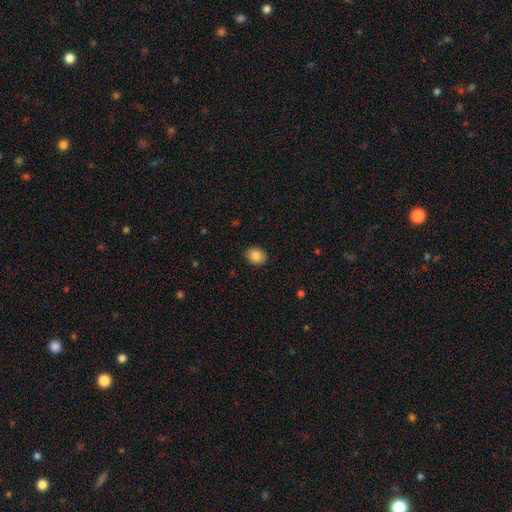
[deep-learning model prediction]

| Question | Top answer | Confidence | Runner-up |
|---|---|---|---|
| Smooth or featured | smooth | 86% | star or artifact (8%) |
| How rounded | in between | 53% | round (46%) |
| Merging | none | 89% | minor disturbance (8%) |